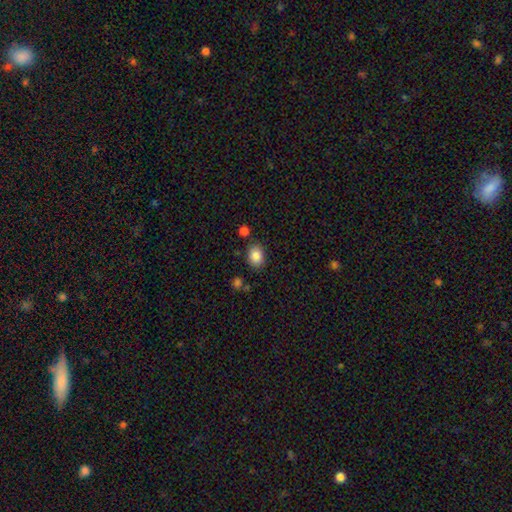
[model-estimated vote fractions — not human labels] smooth-or-featured: smooth: 87% | star or artifact: 8% | featured or disk: 5%
  how-rounded: in between: 67% | round: 32% | cigar-shaped: 1%
  merging: none: 79% | minor disturbance: 13% | merger: 5% | major disturbance: 3%